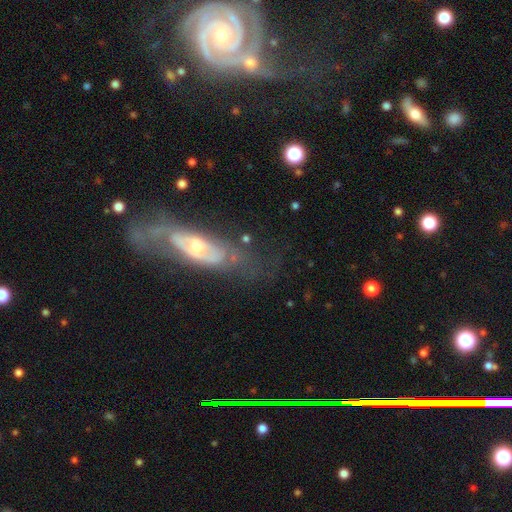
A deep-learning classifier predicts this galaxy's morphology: smooth-or-featured: featured or disk: 71% | smooth: 18% | star or artifact: 11%
  disk-edge-on: no: 75% | yes: 25%
    bar: no: 58% | weak: 30% | strong: 12%
    has-spiral-arms: yes: 72% | no: 28%
    bulge-size: moderate: 54% | small: 37% | large: 6% | none: 2% | dominant: 1%
  merging: none: 57% | minor disturbance: 21% | major disturbance: 18% | merger: 4%